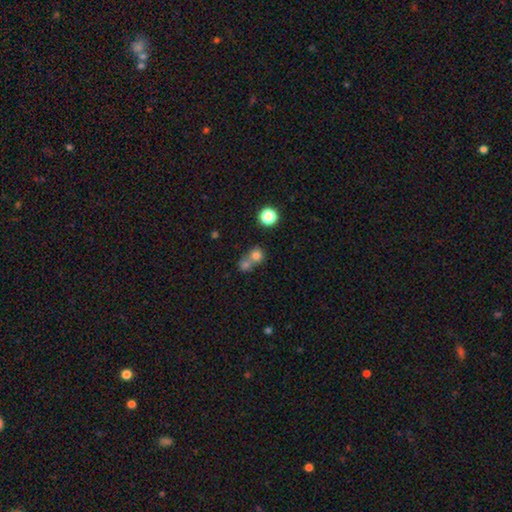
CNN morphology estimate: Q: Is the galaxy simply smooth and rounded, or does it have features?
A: smooth — 75%.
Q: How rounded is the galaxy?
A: round — 81%.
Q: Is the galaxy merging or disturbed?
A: merger — 56%.